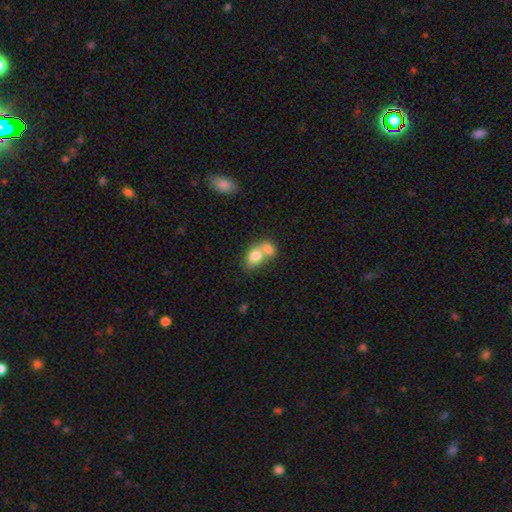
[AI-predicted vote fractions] This appears to be a smooth galaxy with no disk features (77%) that is in between round and cigar-shaped (61%). Merging: merger (67%).